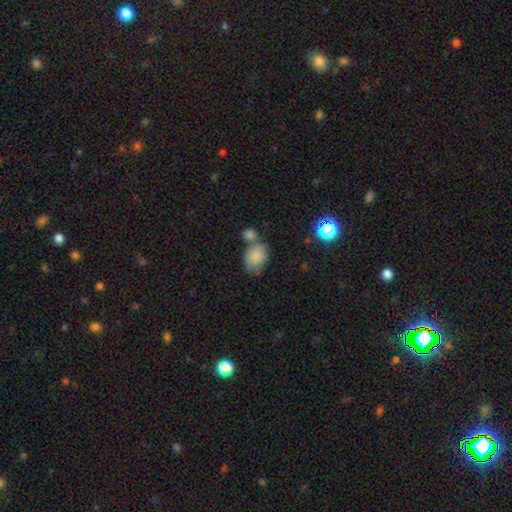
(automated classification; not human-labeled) The model was most divided on "merging": none: 37%, merger: 34%, minor disturbance: 20%, major disturbance: 9%. More confident: smooth or featured — smooth (80%); how rounded — in between (75%).